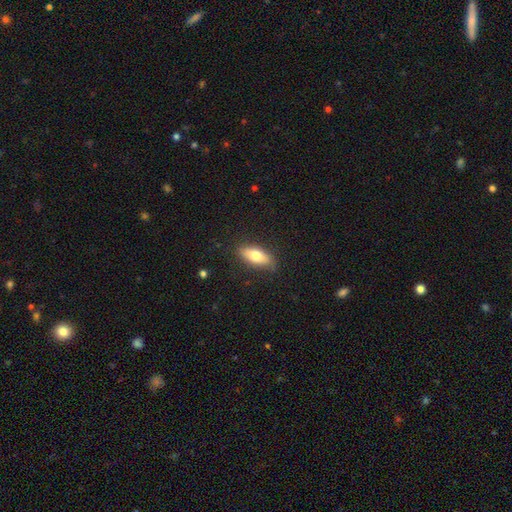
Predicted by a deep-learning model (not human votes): Smooth or featured? smooth (73%)
How rounded? in between (71%)
Merging? none (82%)